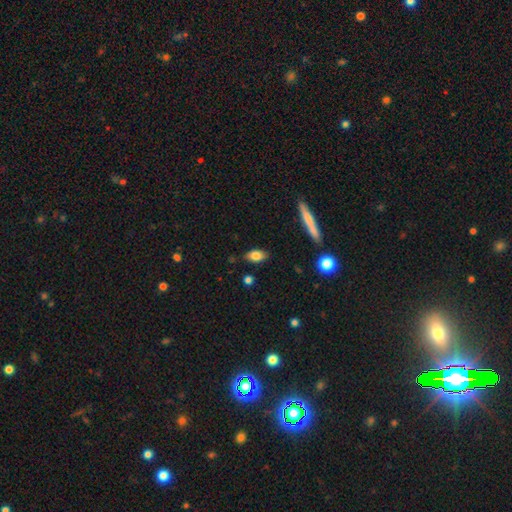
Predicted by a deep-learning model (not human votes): This appears to be a smooth galaxy with no disk features (80%) that is in between round and cigar-shaped (85%). Merging: none (82%).